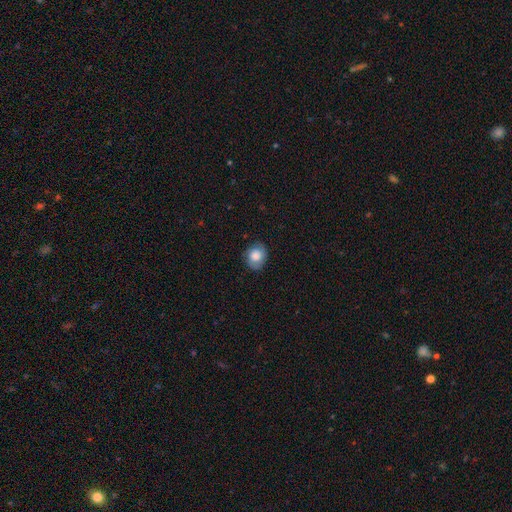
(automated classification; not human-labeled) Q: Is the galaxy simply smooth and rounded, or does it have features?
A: smooth — 78%.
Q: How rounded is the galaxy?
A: round — 64%.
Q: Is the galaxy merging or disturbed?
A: none — 77%.